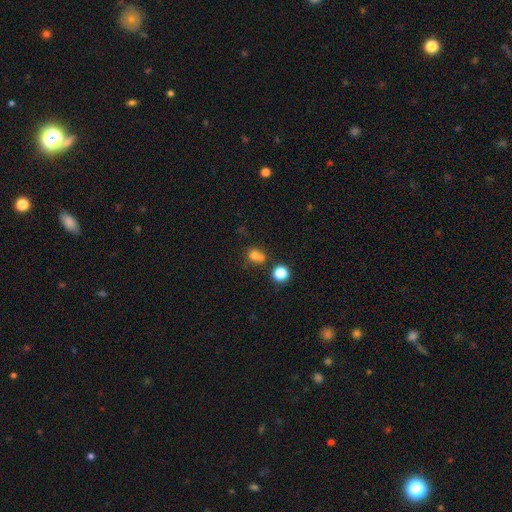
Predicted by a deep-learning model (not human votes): Q: Smooth or featured?
A: smooth (73%); runner-up: star or artifact (16%)
Q: How rounded?
A: round (77%); runner-up: in between (21%)
Q: Merging?
A: none (45%); runner-up: merger (41%)